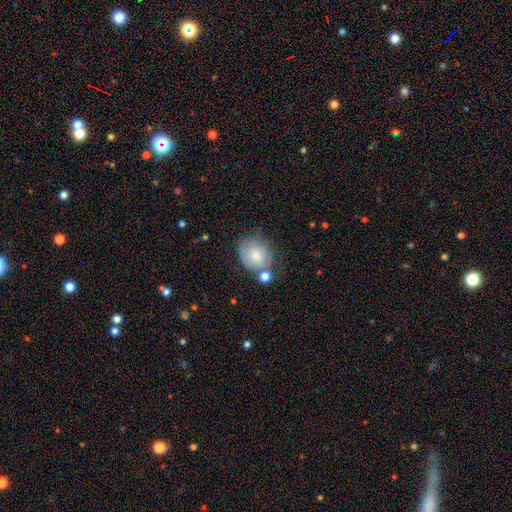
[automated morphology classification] Smooth or featured: smooth — 75% (featured or disk — 17%)
How rounded: round — 73% (in between — 26%)
Merging: none — 53% (minor disturbance — 24%)